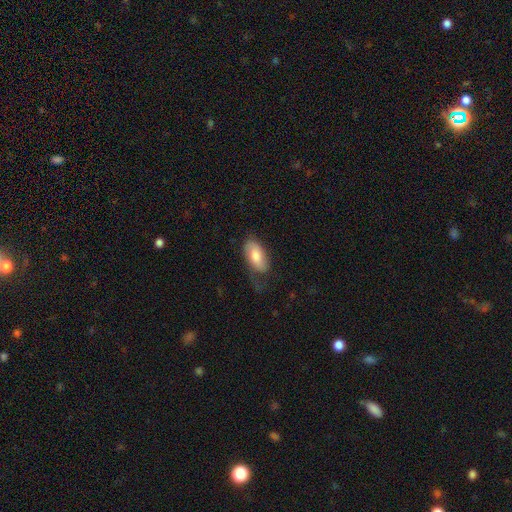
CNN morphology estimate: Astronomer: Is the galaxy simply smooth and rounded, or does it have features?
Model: smooth — 66%.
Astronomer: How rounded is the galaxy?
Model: in between — 90%.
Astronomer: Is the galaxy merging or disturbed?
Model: none — 54%.